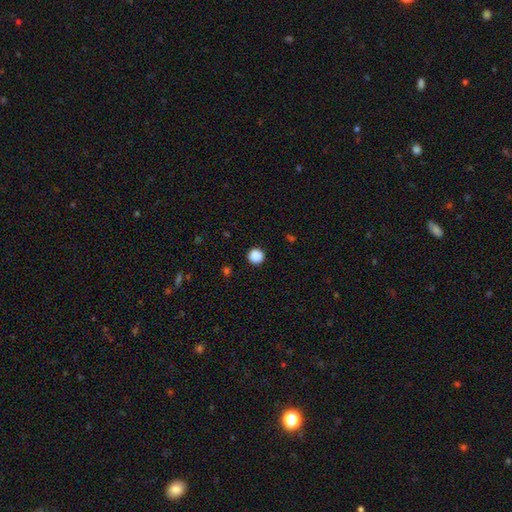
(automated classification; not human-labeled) A smooth galaxy with no disk features (88%) that is round (95%).

Vote fractions:
- Smooth or featured? smooth: 88% / star or artifact: 10% / featured or disk: 2%
- How rounded? round: 95% / in between: 4% / cigar-shaped: 1%
- Merging? none: 91% / minor disturbance: 6% / major disturbance: 2% / merger: 1%